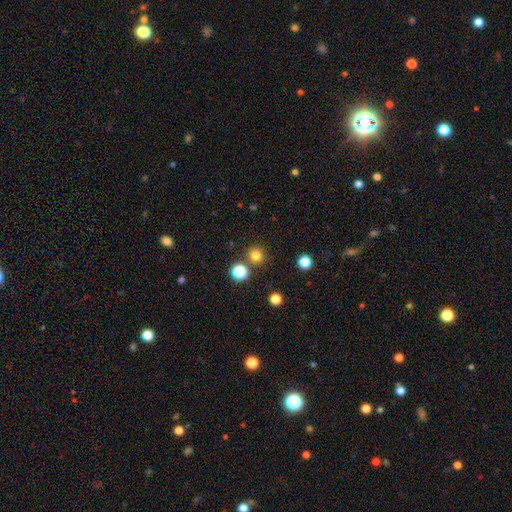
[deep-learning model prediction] This is likely a smooth galaxy (79%). How rounded: clearly round (93%). Merging: clearly none (83%).